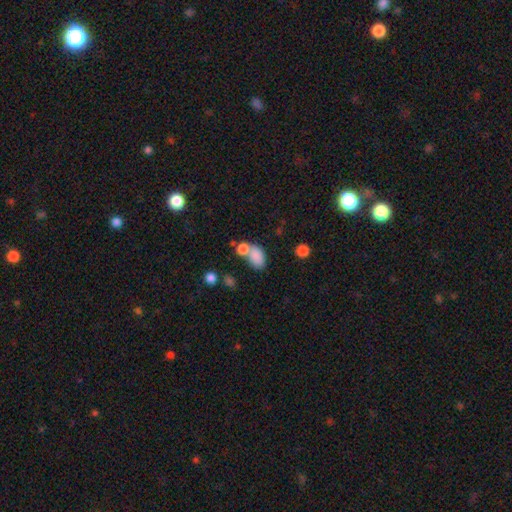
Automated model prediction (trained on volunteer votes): Smooth or featured: smooth — 82% (star or artifact — 10%)
How rounded: in between — 86% (round — 13%)
Merging: merger — 42% (none — 39%)